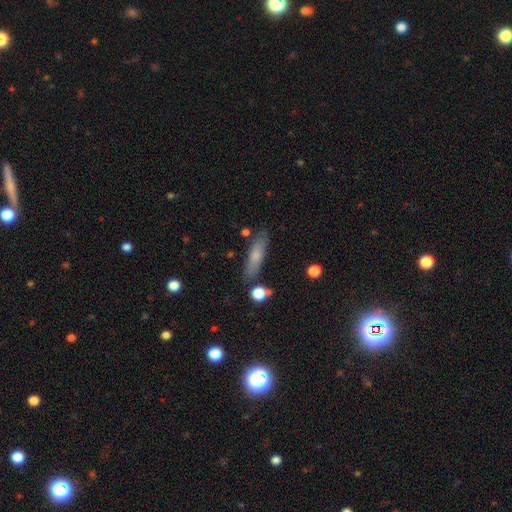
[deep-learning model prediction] Q: Smooth or featured?
A: smooth (68%); runner-up: featured or disk (24%)
Q: How rounded?
A: cigar-shaped (67%); runner-up: in between (30%)
Q: Merging?
A: none (80%); runner-up: minor disturbance (13%)